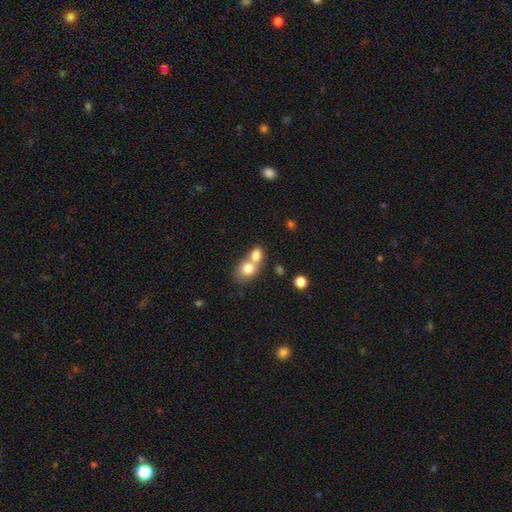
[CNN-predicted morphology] Q: Smooth or featured?
A: smooth (77%); runner-up: featured or disk (14%)
Q: How rounded?
A: round (50%); runner-up: in between (48%)
Q: Merging?
A: merger (68%); runner-up: none (24%)